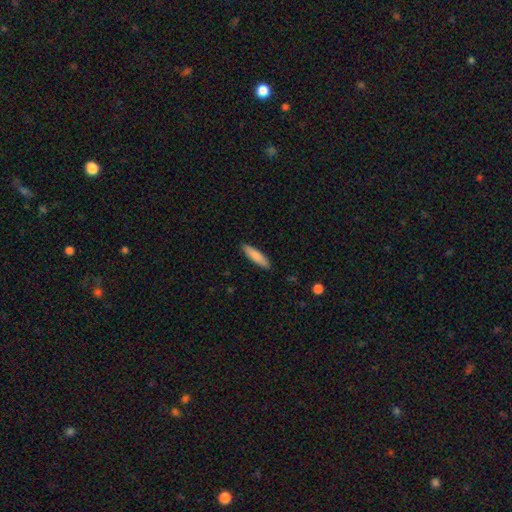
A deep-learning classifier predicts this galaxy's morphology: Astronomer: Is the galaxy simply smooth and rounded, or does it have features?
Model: smooth — 83%.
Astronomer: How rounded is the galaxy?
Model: cigar-shaped — 74%.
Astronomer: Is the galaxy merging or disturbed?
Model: none — 90%.